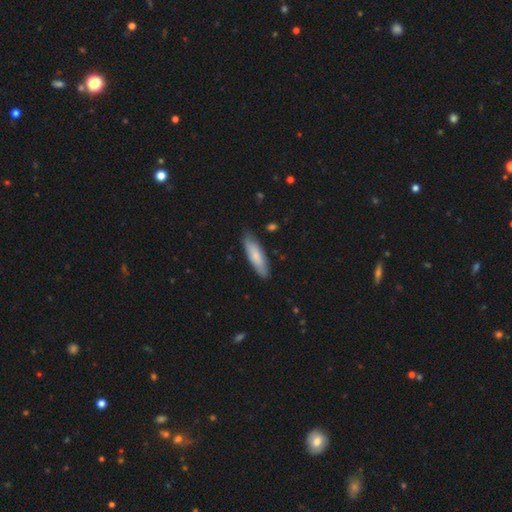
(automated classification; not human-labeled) Overall: smooth (75%). How rounded: cigar-shaped (57%; in between 42%). Merging: none (83%).